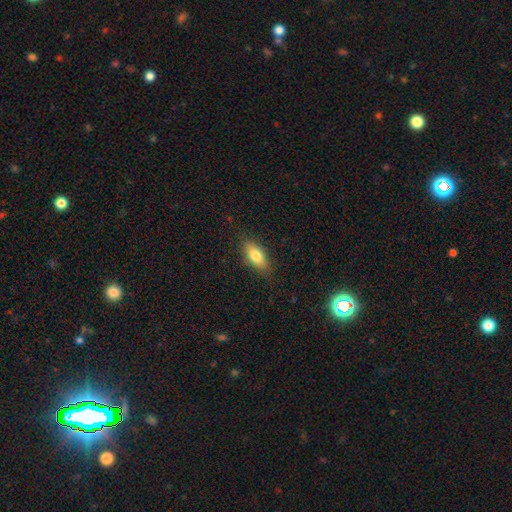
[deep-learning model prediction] smooth_or_featured: smooth (p=0.76) [alt: featured or disk p=0.17]
how_rounded: in between (p=0.79) [alt: cigar-shaped p=0.17]
merging: none (p=0.86) [alt: minor disturbance p=0.11]